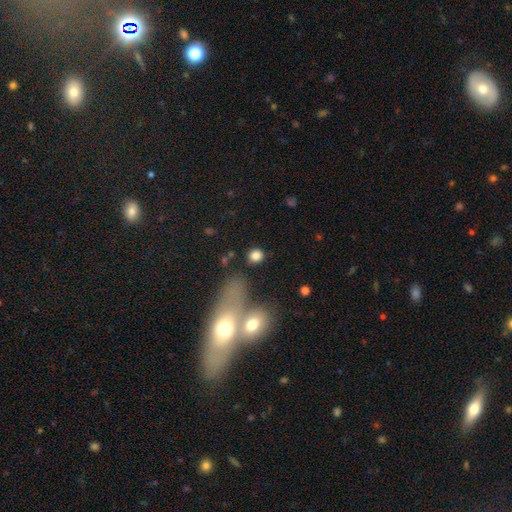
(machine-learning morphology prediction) Overall: smooth (83%). How rounded: round (72%). Merging: none (75%).